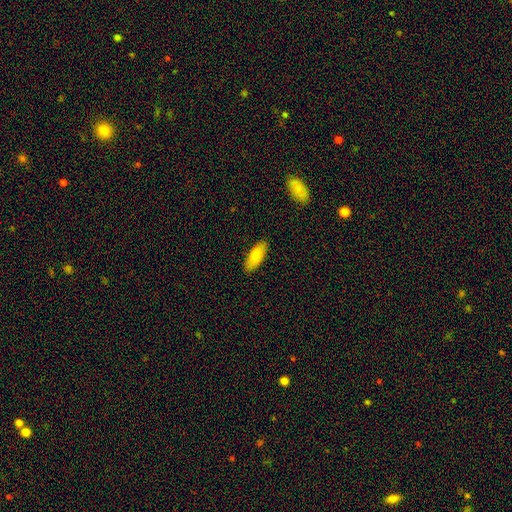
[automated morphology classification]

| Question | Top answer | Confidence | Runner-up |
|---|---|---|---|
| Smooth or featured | smooth | 82% | featured or disk (12%) |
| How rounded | in between | 76% | cigar-shaped (23%) |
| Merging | none | 89% | minor disturbance (8%) |